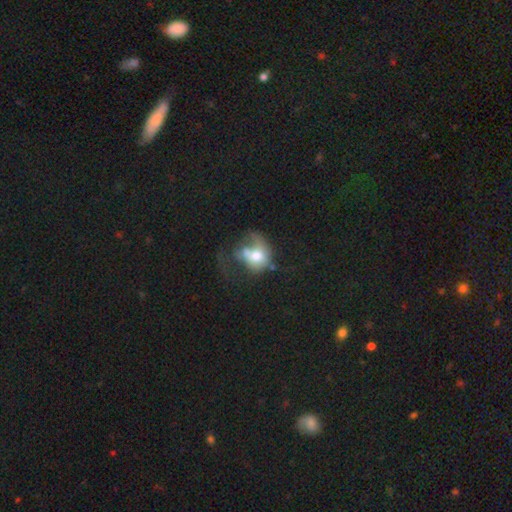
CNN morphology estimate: smooth-or-featured: smooth: 52% | featured or disk: 38% | star or artifact: 10%
  how-rounded: round: 50% | in between: 48% | cigar-shaped: 1%
  merging: major disturbance: 44% | merger: 22% | none: 19% | minor disturbance: 16%